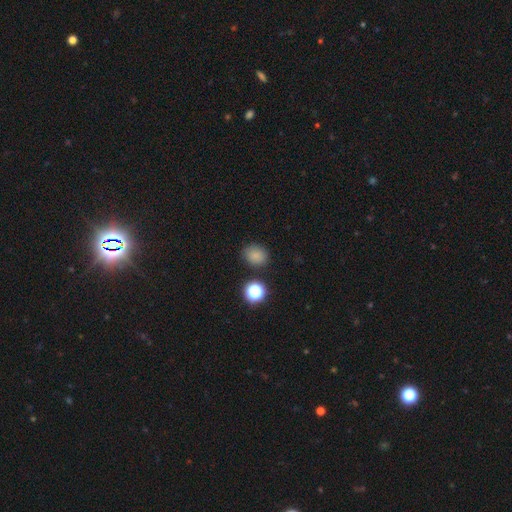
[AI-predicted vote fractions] A smooth galaxy with no disk features (80%) that is round (62%). Merging: none (81%).